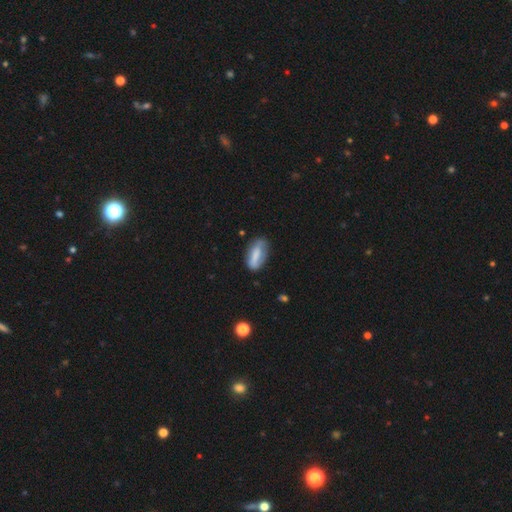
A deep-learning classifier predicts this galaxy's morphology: Smooth or featured?
  - smooth: 70% *
  - featured or disk: 23%
  - star or artifact: 7%
How rounded?
  - in between: 81% *
  - cigar-shaped: 16%
  - round: 3%
Merging?
  - none: 60% *
  - minor disturbance: 28%
  - major disturbance: 9%
  - merger: 3%